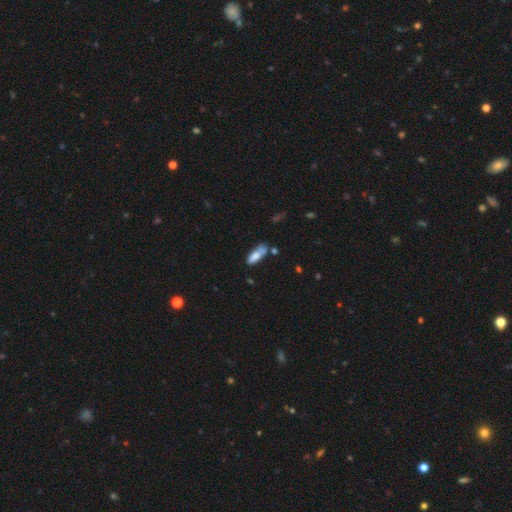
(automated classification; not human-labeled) smooth 77%, featured or disk 16%, star or artifact 7%. Down the decision tree: how rounded — in between (58%); merging — none (50%).